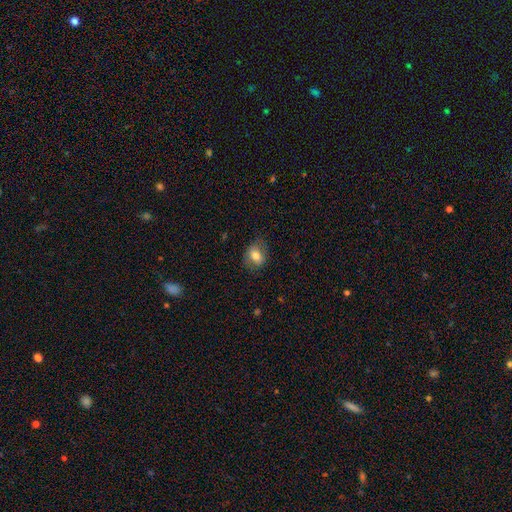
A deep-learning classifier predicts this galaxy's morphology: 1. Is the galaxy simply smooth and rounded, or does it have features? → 75% smooth, 16% featured or disk, 9% star or artifact.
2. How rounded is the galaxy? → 56% in between, 43% round, 1% cigar-shaped.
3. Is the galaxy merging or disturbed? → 77% none, 17% minor disturbance, 5% major disturbance, 1% merger.